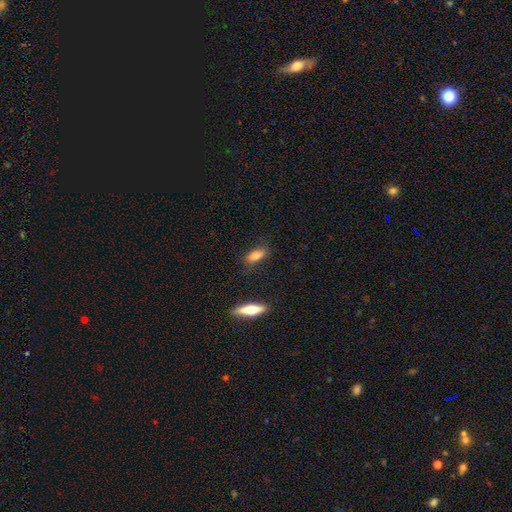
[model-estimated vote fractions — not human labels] Smooth or featured? Predicted: smooth (p=0.79). How rounded? Predicted: in between (p=0.73). Merging? Predicted: none (p=0.79).